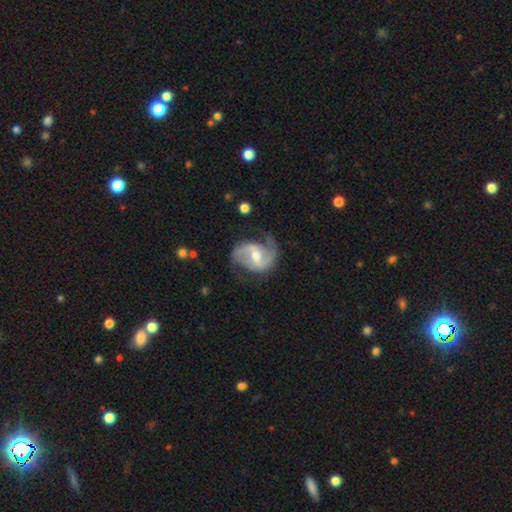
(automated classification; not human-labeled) This is clearly a featured or disk galaxy (89%). It is clearly not viewed edge-on (98%). Bar: possibly weak (50%). Spiral arm pattern: clearly yes (96%). Spiral arm count: clearly 2 (90%). Spiral winding: possibly medium (50%). Central bulge: likely moderate (63%). Merging: likely none (70%).